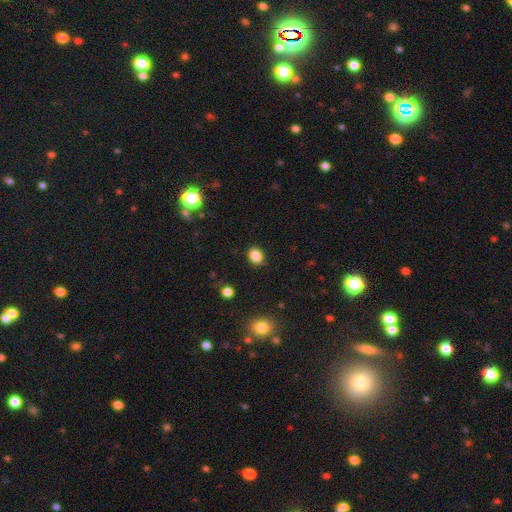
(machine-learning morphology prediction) type=smooth (85%); roundness=in between (51%); merging=none (85%).